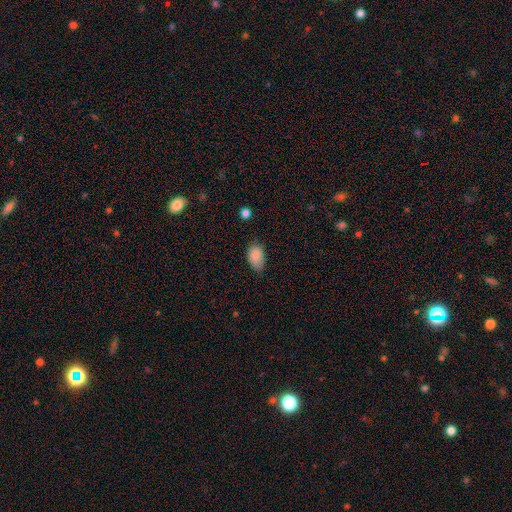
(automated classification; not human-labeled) Smooth or featured? smooth (86%)
How rounded? in between (91%)
Merging? none (60%)